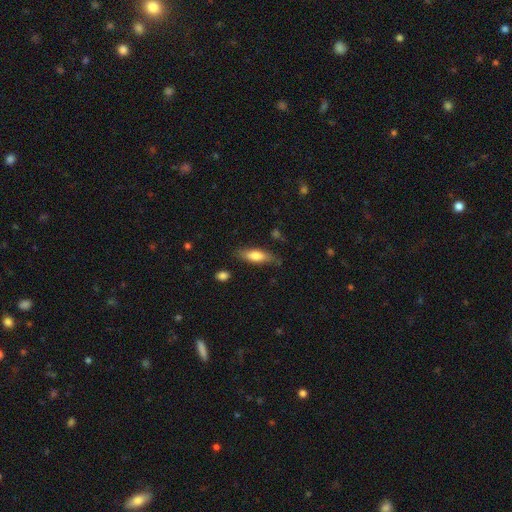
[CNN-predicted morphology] type=smooth (72%); roundness=in between (52%); merging=none (76%).